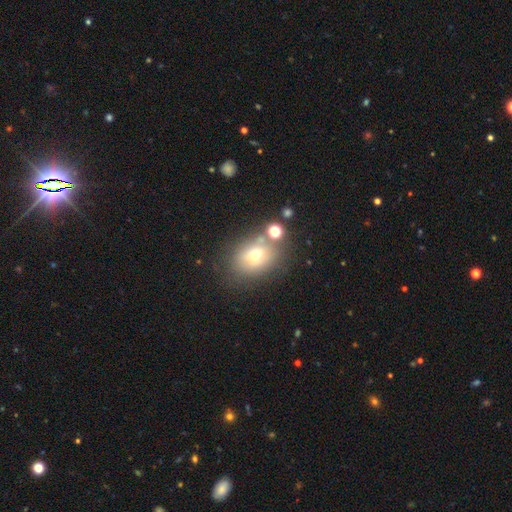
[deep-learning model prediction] Smooth or featured? Predicted: smooth (p=0.66). How rounded? Predicted: in between (p=0.52). Merging? Predicted: none (p=0.65).